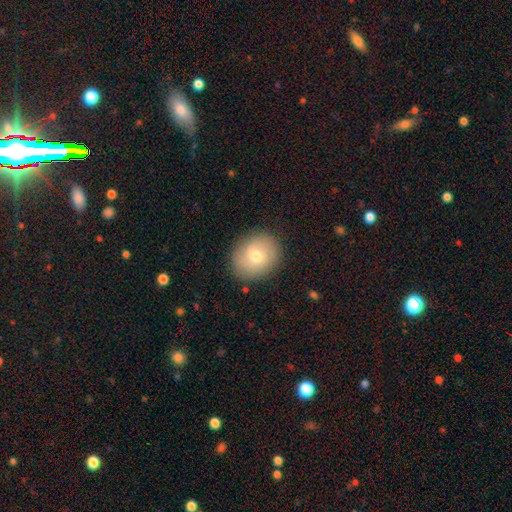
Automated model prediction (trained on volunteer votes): The model was most divided on "how rounded": round: 63%, in between: 36%, cigar-shaped: 1%. More confident: merging — none (86%); smooth or featured — smooth (64%).